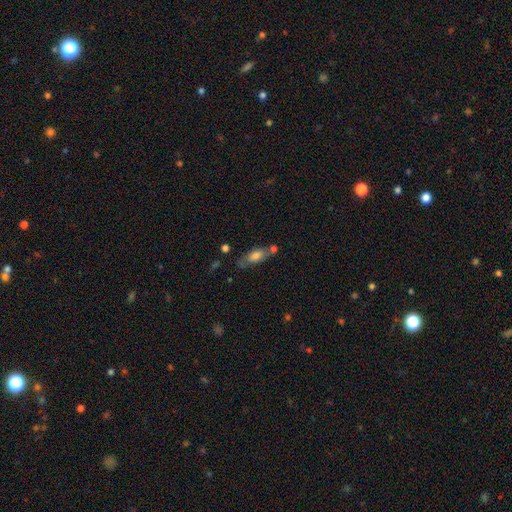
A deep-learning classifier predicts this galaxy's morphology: smooth_or_featured: smooth (p=0.65) [alt: featured or disk p=0.27]
how_rounded: in between (p=0.74) [alt: cigar-shaped p=0.22]
merging: none (p=0.53) [alt: merger p=0.21]